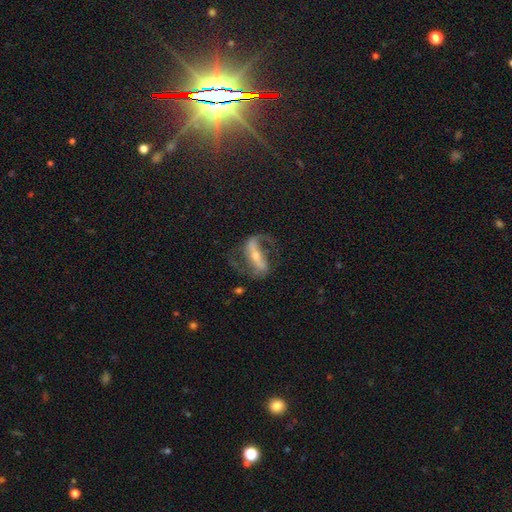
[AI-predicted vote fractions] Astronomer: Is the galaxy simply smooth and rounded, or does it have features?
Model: featured or disk — 85%.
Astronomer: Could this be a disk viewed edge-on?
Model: no — 91%.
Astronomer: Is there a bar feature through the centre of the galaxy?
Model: strong — 69%.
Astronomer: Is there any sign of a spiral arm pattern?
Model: yes — 92%.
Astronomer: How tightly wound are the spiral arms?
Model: medium — 45% (runner-up: loose, 41%).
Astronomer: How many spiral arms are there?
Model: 2 — 90%.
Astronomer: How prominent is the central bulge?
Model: small — 56% (runner-up: moderate, 38%).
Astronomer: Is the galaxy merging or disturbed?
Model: none — 68%.